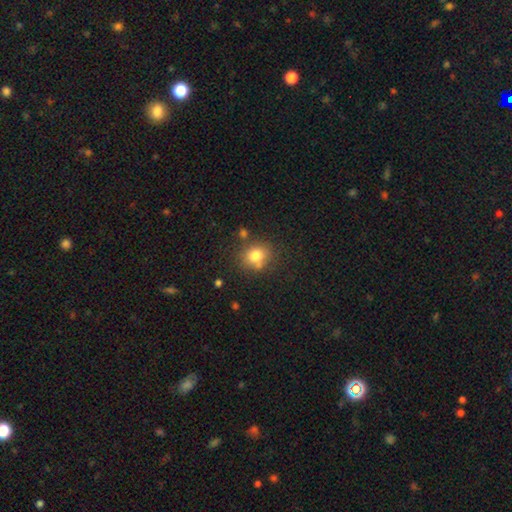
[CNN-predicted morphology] smooth 78%, star or artifact 12%, featured or disk 10%. Down the decision tree: how rounded — round (74%); merging — none (70%).